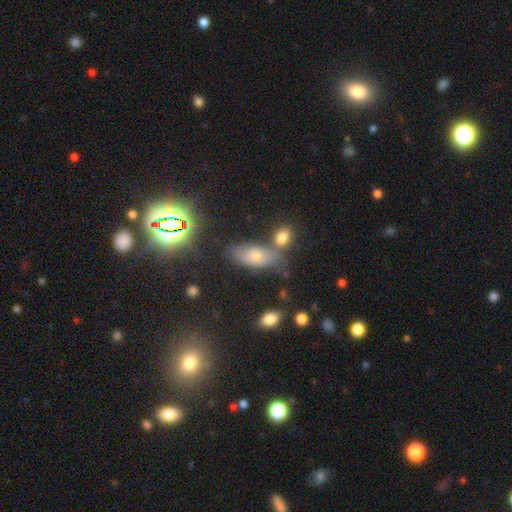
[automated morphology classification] type=smooth (49%); merging=none (58%).